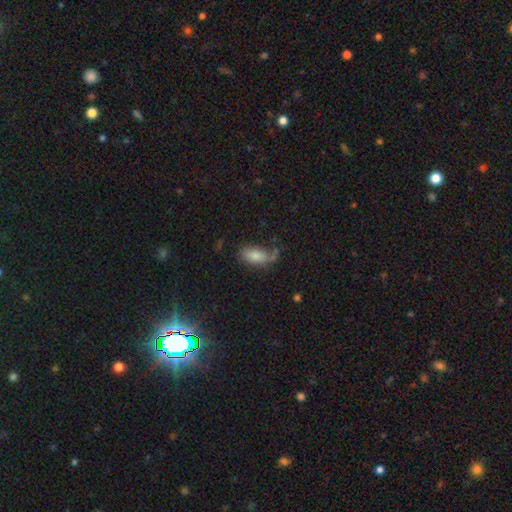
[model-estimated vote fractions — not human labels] Morphology: type=smooth (73%); roundness=in between (88%); merging=none (53%).